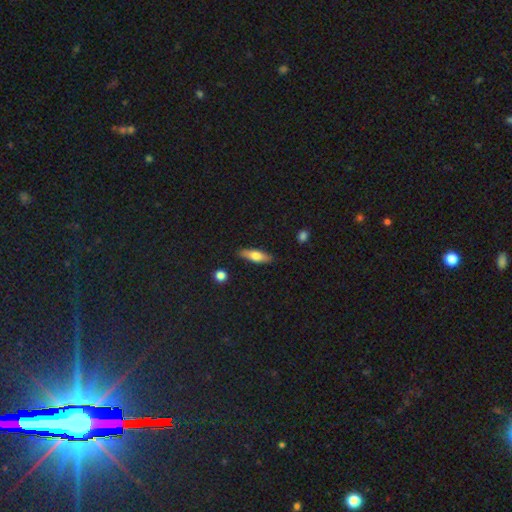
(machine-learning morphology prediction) smooth-or-featured: smooth: 67% | featured or disk: 27% | star or artifact: 6%
  how-rounded: cigar-shaped: 49% | in between: 48% | round: 3%
  merging: none: 86% | minor disturbance: 10% | major disturbance: 2% | merger: 2%